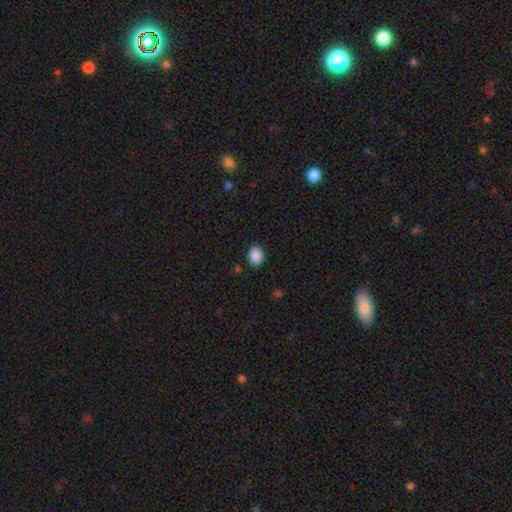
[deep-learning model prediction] smooth-or-featured: smooth: 88% | star or artifact: 9% | featured or disk: 3%
  how-rounded: in between: 53% | round: 46% | cigar-shaped: 1%
  merging: none: 88% | minor disturbance: 8% | major disturbance: 2% | merger: 1%